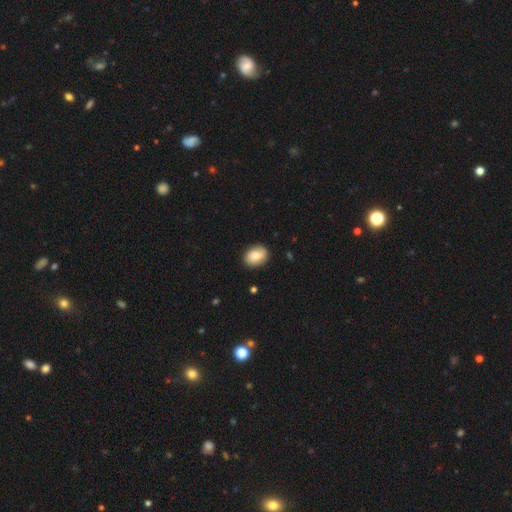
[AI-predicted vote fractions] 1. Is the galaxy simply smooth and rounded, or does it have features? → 81% smooth, 12% featured or disk, 7% star or artifact.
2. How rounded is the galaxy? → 66% in between, 33% round, 1% cigar-shaped.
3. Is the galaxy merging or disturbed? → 87% none, 10% minor disturbance, 2% major disturbance, 1% merger.